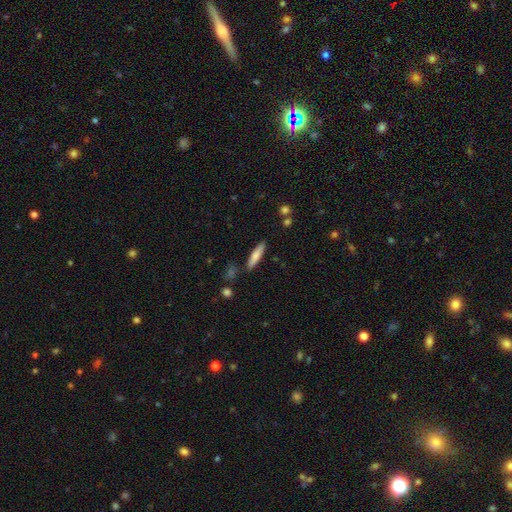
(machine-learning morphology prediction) smooth-or-featured: smooth: 73% | featured or disk: 21% | star or artifact: 6%
  how-rounded: cigar-shaped: 79% | in between: 19% | round: 2%
  merging: none: 85% | minor disturbance: 10% | merger: 3% | major disturbance: 2%